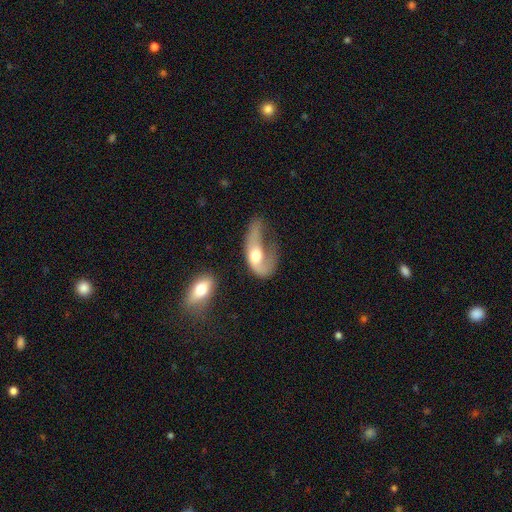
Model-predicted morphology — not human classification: smooth_or_featured: featured or disk (p=0.53) [alt: smooth p=0.41]
disk_edge_on: no (p=0.90) [alt: yes p=0.10]
merging: major disturbance (p=0.61) [alt: none p=0.15]